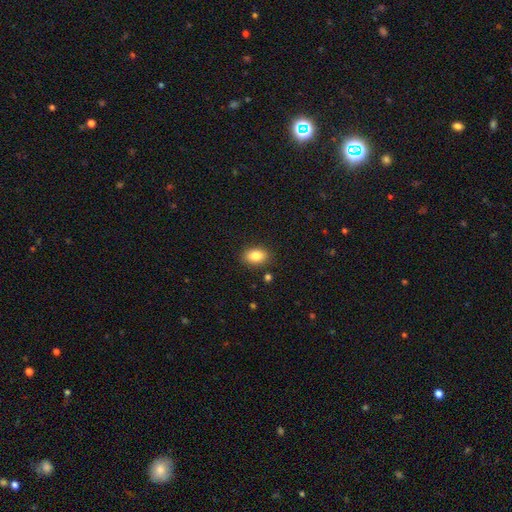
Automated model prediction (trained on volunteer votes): Smooth or featured?
  - smooth: 85% *
  - star or artifact: 8%
  - featured or disk: 7%
How rounded?
  - in between: 83% *
  - round: 16%
  - cigar-shaped: 1%
Merging?
  - none: 86% *
  - minor disturbance: 9%
  - major disturbance: 2%
  - merger: 2%